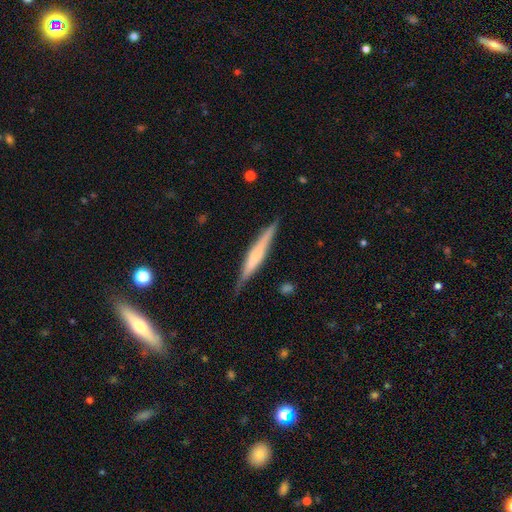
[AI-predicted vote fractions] This is possibly a featured or disk galaxy (55%). It is clearly viewed edge-on (97%). Edge-on bulge: marginally none (36%). Merging: clearly none (84%).